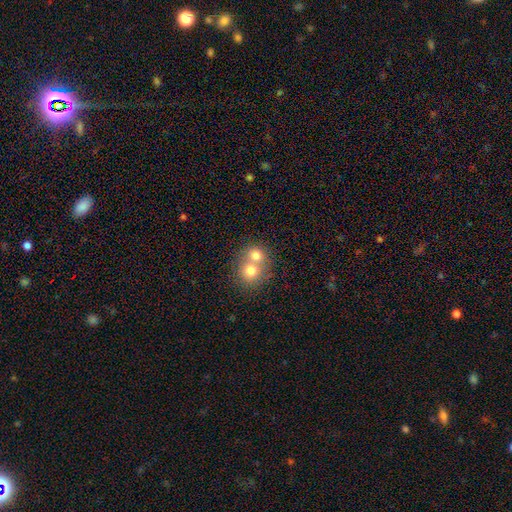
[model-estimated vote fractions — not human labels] This is likely a smooth galaxy (73%). How rounded: likely round (79%). Merging: likely merger (64%).